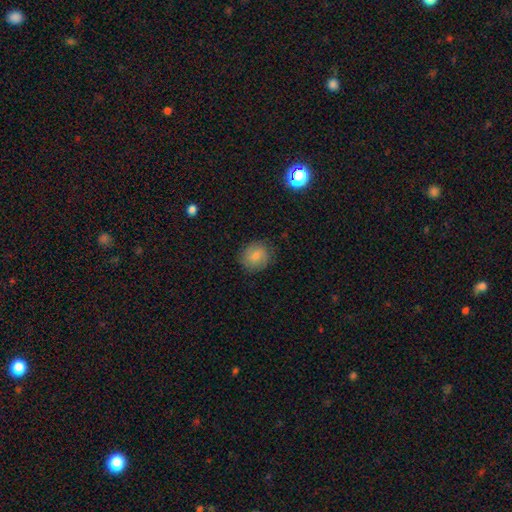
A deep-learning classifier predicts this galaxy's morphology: Smooth or featured: smooth — 80% (featured or disk — 13%)
How rounded: round — 76% (in between — 23%)
Merging: none — 82% (minor disturbance — 13%)